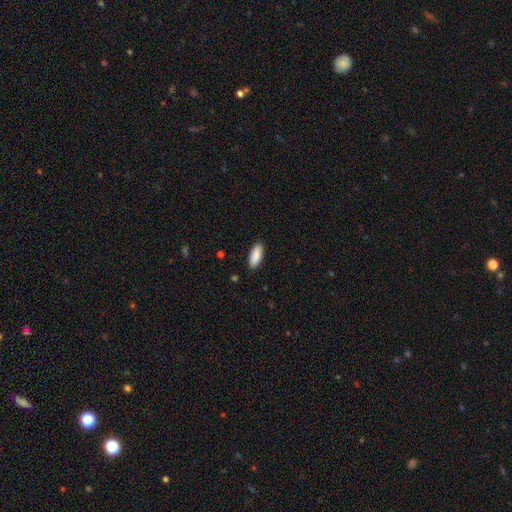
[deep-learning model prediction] smooth 90%, star or artifact 6%, featured or disk 4%. Down the decision tree: how rounded — in between (76%); merging — none (89%).